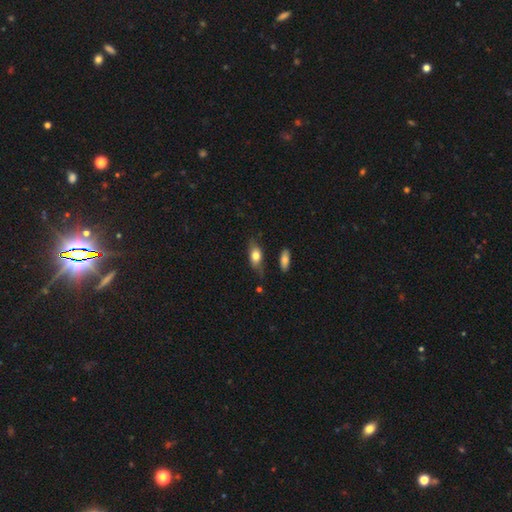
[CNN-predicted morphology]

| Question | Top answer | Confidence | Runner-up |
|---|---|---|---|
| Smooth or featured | smooth | 71% | featured or disk (21%) |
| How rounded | in between | 79% | cigar-shaped (14%) |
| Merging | none | 65% | minor disturbance (24%) |